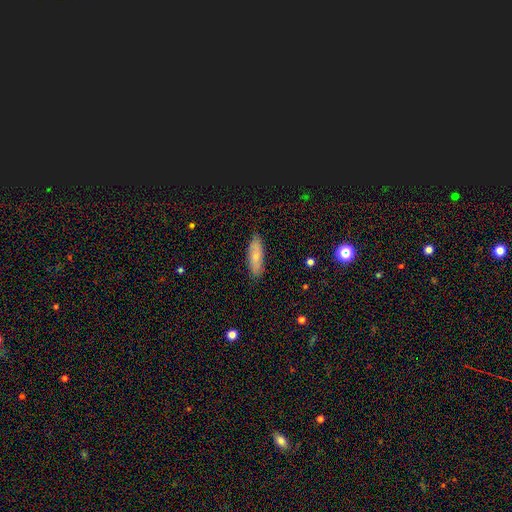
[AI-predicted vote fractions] Overall: smooth (71%). How rounded: cigar-shaped (50%; in between 48%). Merging: none (87%).